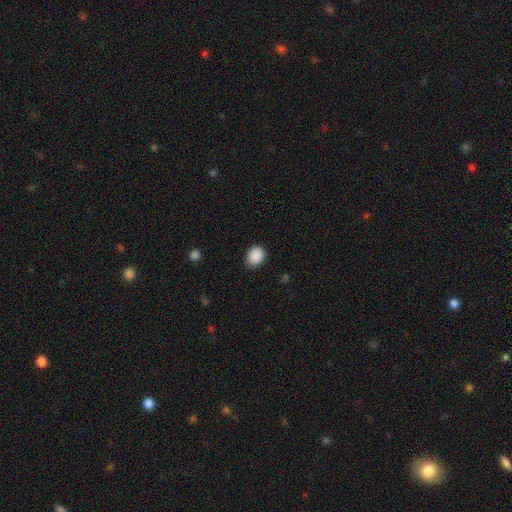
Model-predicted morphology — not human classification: This is clearly a smooth galaxy (89%). How rounded: possibly round (51%). Merging: clearly none (81%).